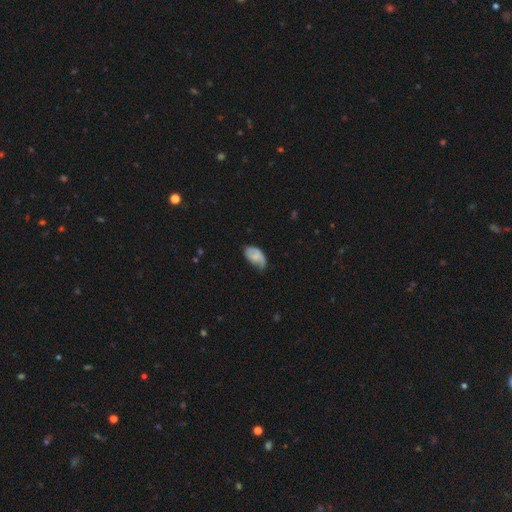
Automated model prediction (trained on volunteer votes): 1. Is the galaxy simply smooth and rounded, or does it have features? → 62% smooth, 30% featured or disk, 8% star or artifact.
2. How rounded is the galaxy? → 92% in between, 7% round, 2% cigar-shaped.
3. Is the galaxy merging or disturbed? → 42% minor disturbance, 38% none, 18% major disturbance, 2% merger.